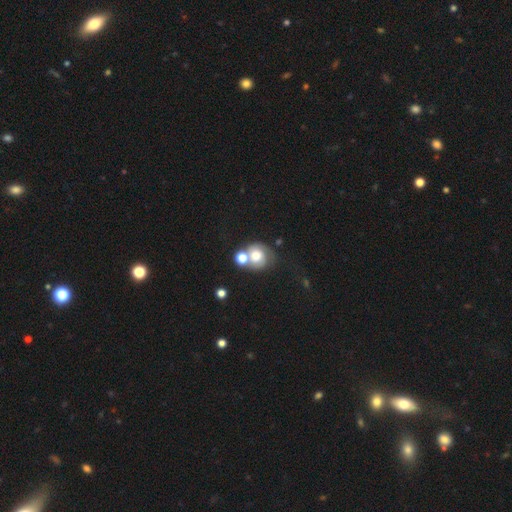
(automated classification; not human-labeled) Q: Smooth or featured?
A: smooth (51%); runner-up: featured or disk (39%)
Q: How rounded?
A: round (76%); runner-up: in between (23%)
Q: Merging?
A: merger (40%); runner-up: none (35%)